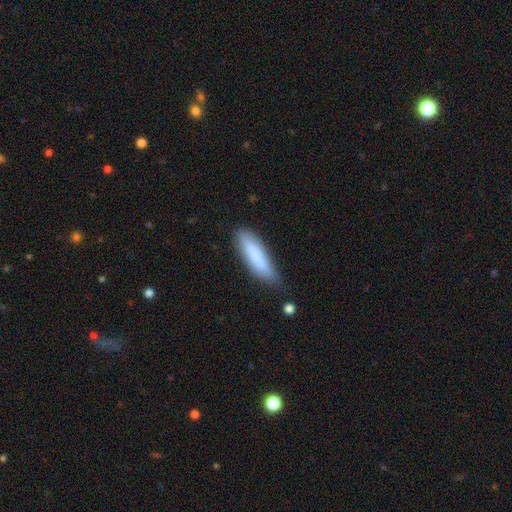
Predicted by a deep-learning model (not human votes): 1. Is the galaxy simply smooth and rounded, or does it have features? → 78% smooth, 16% featured or disk, 6% star or artifact.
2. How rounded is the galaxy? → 76% cigar-shaped, 23% in between, 1% round.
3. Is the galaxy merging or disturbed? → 72% none, 21% minor disturbance, 4% major disturbance, 3% merger.